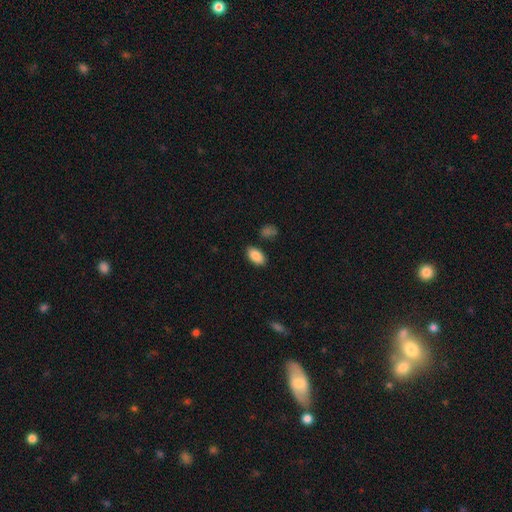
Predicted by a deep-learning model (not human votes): Smooth or featured? smooth (87%)
How rounded? in between (94%)
Merging? none (86%)